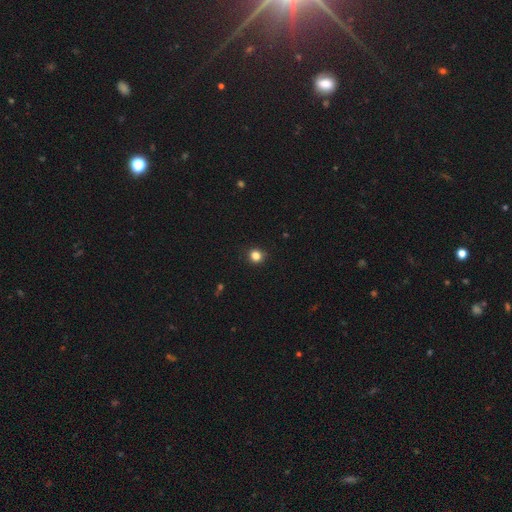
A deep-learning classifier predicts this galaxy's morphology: This appears to be a smooth galaxy with no disk features (83%) that is round (91%). Merging: none (91%).